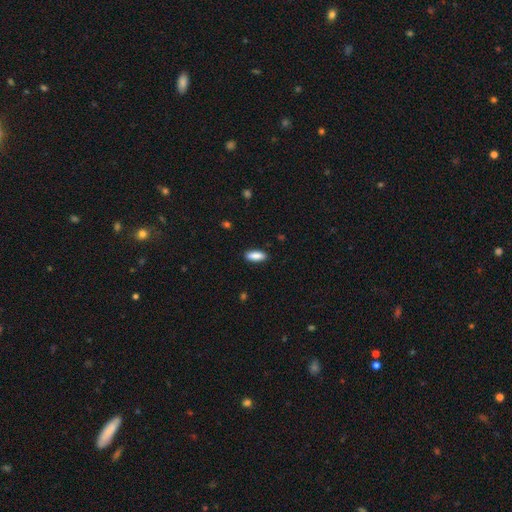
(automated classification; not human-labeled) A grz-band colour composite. It shows a smooth galaxy with no disk features (89%) that is in between round and cigar-shaped (77%). Merging: none (88%).